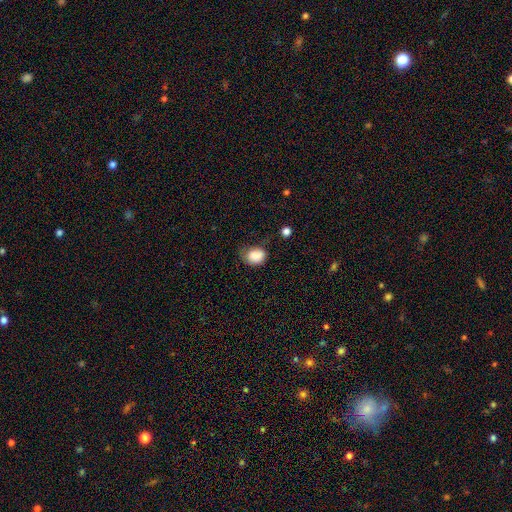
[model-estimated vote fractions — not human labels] Smooth or featured? smooth (85%)
How rounded? in between (62%)
Merging? none (43%)